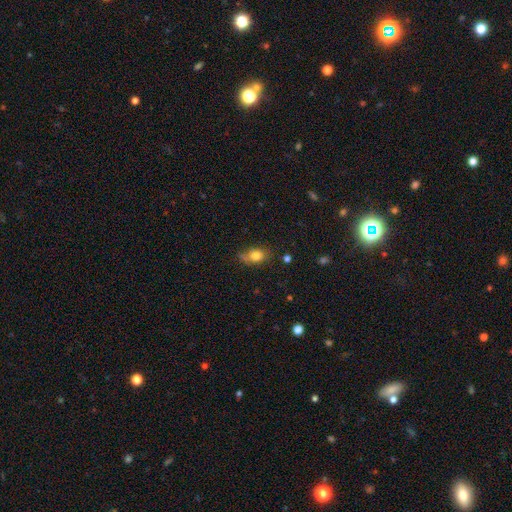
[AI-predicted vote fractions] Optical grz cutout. It shows a smooth galaxy with no disk features (78%) that is in between round and cigar-shaped (70%). Merging: none (57%).